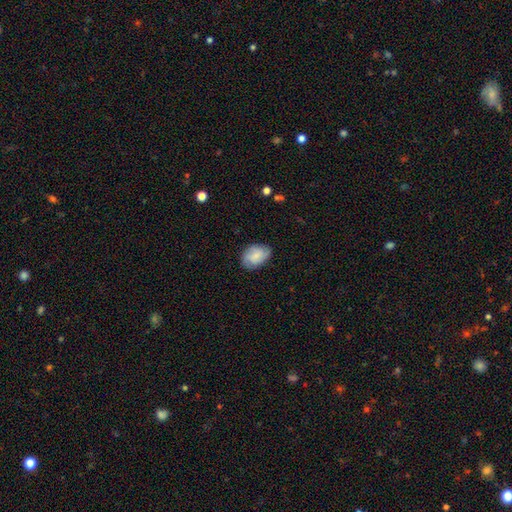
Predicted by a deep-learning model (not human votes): Overall: smooth (63%; featured or disk 29%). How rounded: in between (81%). Merging: none (76%).